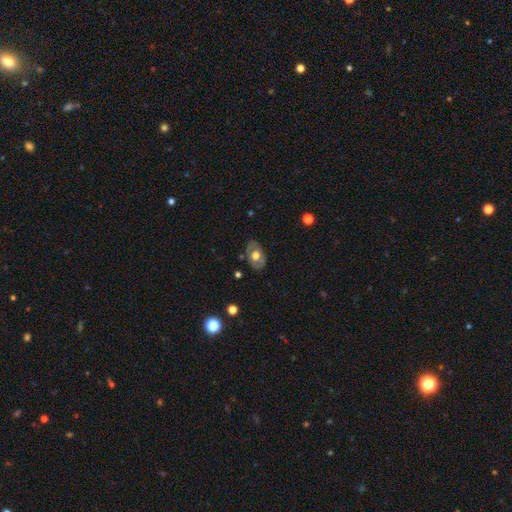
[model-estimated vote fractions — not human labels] Smooth or featured? featured or disk (48%)
Merging? none (80%)